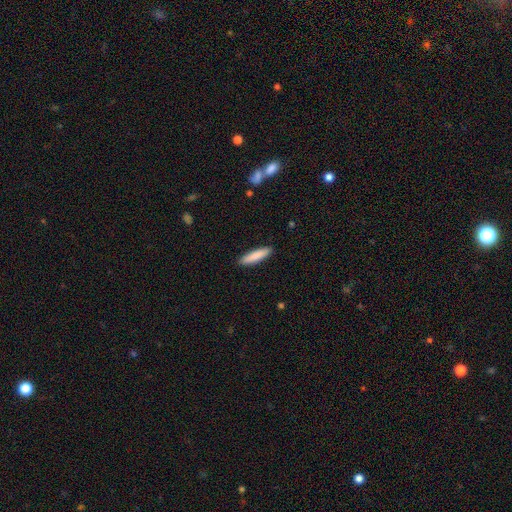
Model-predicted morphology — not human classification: smooth_or_featured: smooth (p=0.86) [alt: featured or disk p=0.08]
how_rounded: cigar-shaped (p=0.80) [alt: in between p=0.19]
merging: none (p=0.90) [alt: minor disturbance p=0.07]